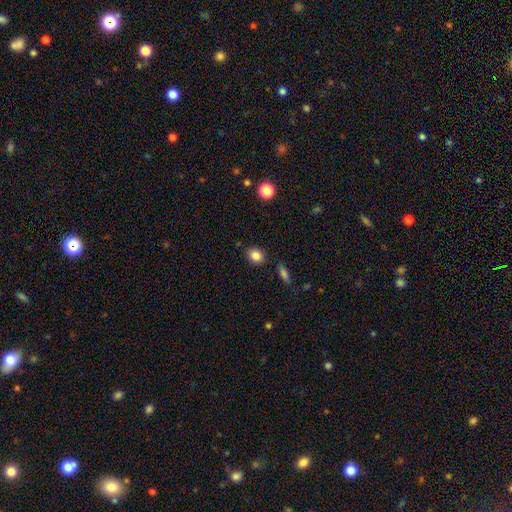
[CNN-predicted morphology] Overall: smooth (85%). How rounded: round (56%; in between 42%). Merging: none (85%).